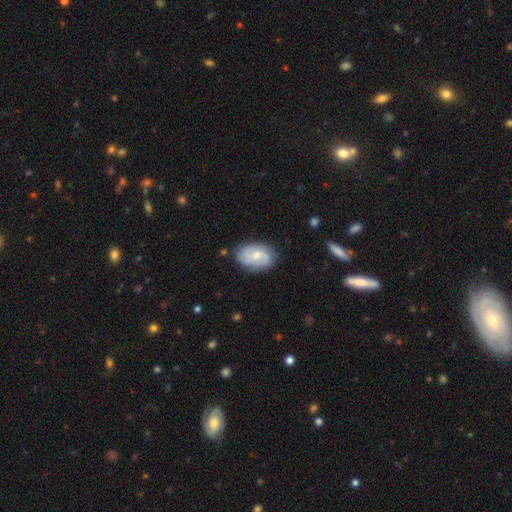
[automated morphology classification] This appears to be a featured or disk galaxy (52%) with no bar (59%), spiral arms (87%) and a moderate central bulge (48%). Merging: none (74%).